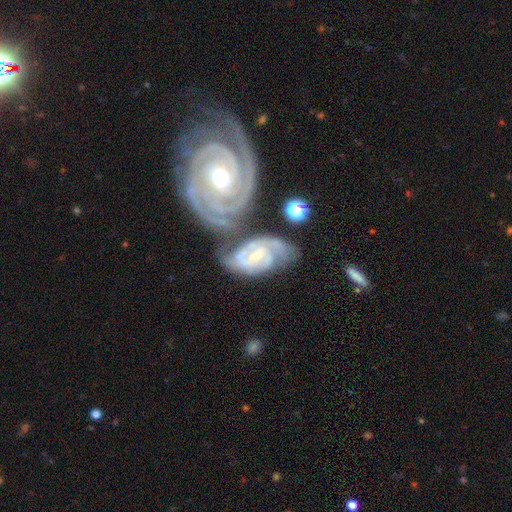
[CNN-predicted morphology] type=featured or disk (87%); edge-on=no (96%); bar=weak (48%); spiral arms=yes (97%); winding=tight (59%); arm count=2 (48%); bulge=small (59%); merging=none (42%).